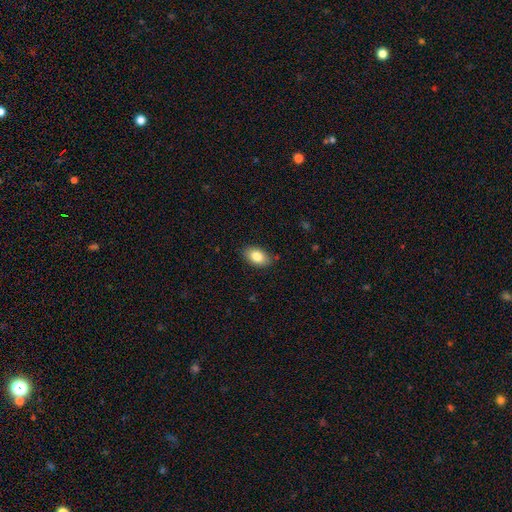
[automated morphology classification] A smooth galaxy with no disk features (83%) that is in between round and cigar-shaped (91%).

Vote fractions:
- Smooth or featured? smooth: 83% / featured or disk: 9% / star or artifact: 7%
- How rounded? in between: 91% / round: 8% / cigar-shaped: 2%
- Merging? none: 85% / minor disturbance: 12% / major disturbance: 2% / merger: 1%